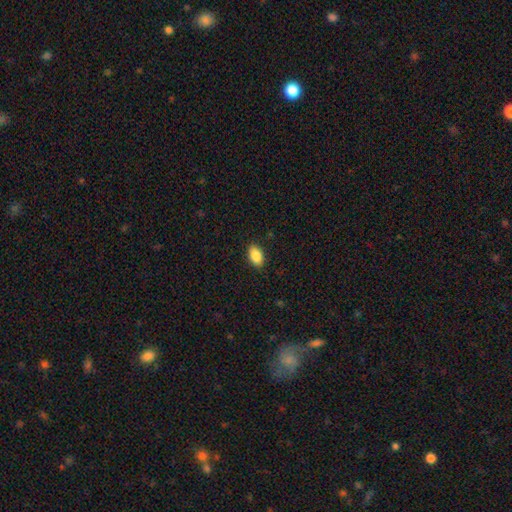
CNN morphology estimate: smooth-or-featured: smooth: 88% | star or artifact: 7% | featured or disk: 5%
  how-rounded: in between: 93% | round: 5% | cigar-shaped: 3%
  merging: none: 89% | minor disturbance: 8% | major disturbance: 2% | merger: 1%